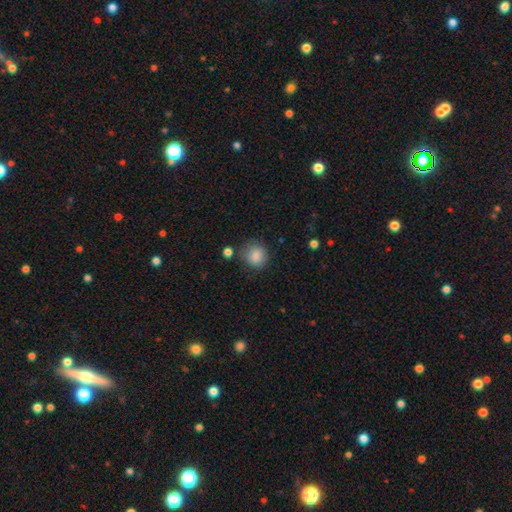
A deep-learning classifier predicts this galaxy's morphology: Q: Smooth or featured?
A: smooth (87%); runner-up: star or artifact (9%)
Q: How rounded?
A: round (84%); runner-up: in between (15%)
Q: Merging?
A: none (77%); runner-up: minor disturbance (15%)